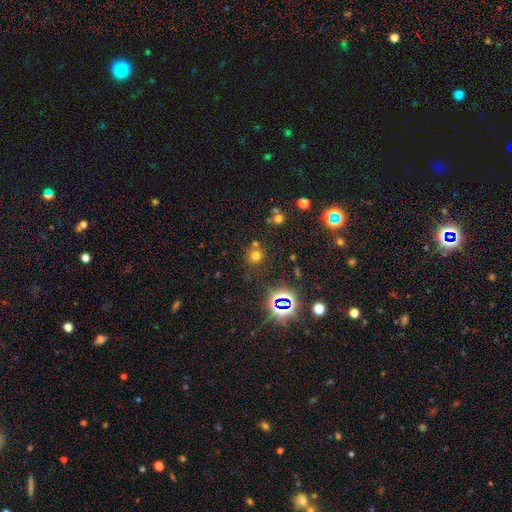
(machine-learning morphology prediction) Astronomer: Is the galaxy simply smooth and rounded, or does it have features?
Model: smooth — 62%.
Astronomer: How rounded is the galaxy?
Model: round — 90%.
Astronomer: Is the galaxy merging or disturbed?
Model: none — 73%.